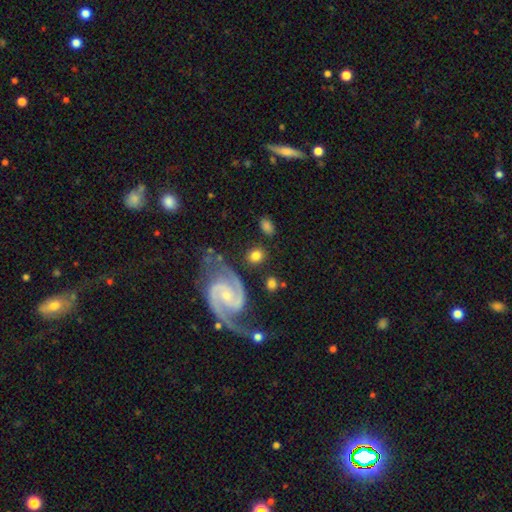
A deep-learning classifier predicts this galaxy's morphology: Overall: smooth (57%; featured or disk 35%). How rounded: round (64%; in between 34%). Merging: none (78%).